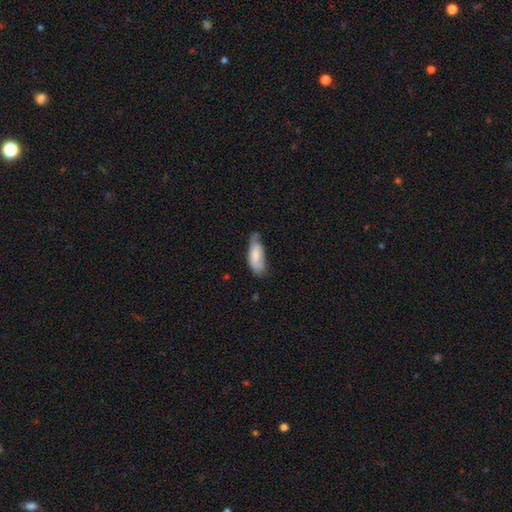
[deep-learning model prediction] A smooth galaxy with no disk features (78%) that is in between round and cigar-shaped (70%).

Vote fractions:
- Smooth or featured? smooth: 78% / featured or disk: 16% / star or artifact: 6%
- How rounded? in between: 70% / cigar-shaped: 28% / round: 2%
- Merging? none: 45% / minor disturbance: 42% / major disturbance: 11% / merger: 3%